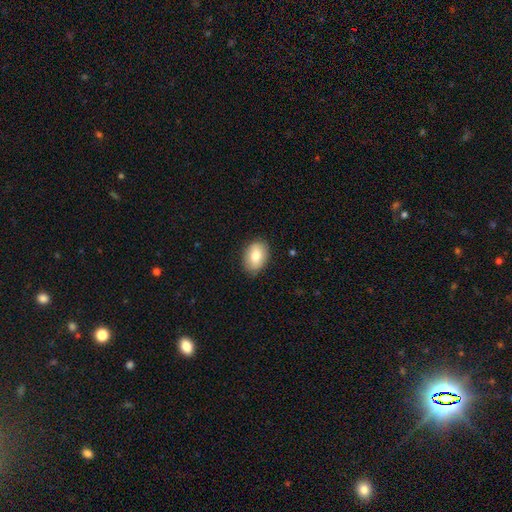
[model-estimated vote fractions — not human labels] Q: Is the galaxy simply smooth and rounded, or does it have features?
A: smooth — 80%.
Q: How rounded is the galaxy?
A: in between — 83%.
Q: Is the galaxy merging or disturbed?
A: none — 83%.